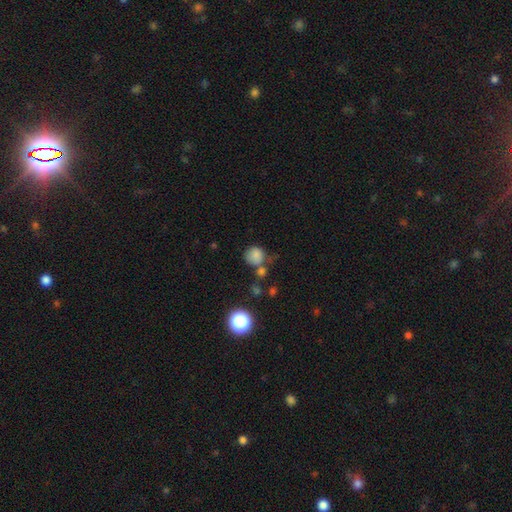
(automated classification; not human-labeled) This is likely a smooth galaxy (79%). How rounded: clearly round (85%). Merging: possibly none (56%).